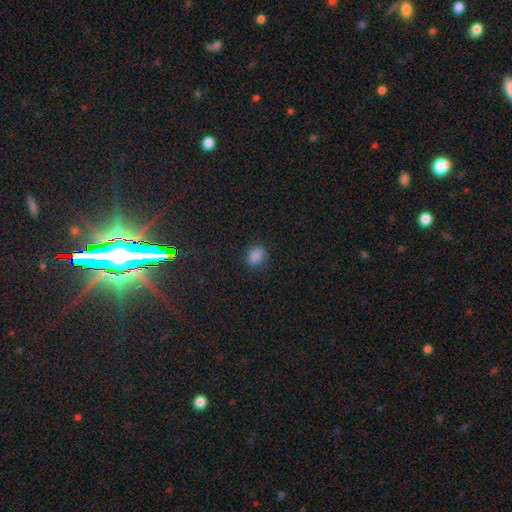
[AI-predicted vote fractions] This appears to be a smooth galaxy with no disk features (85%) that is in between round and cigar-shaped (69%). Merging: none (84%).